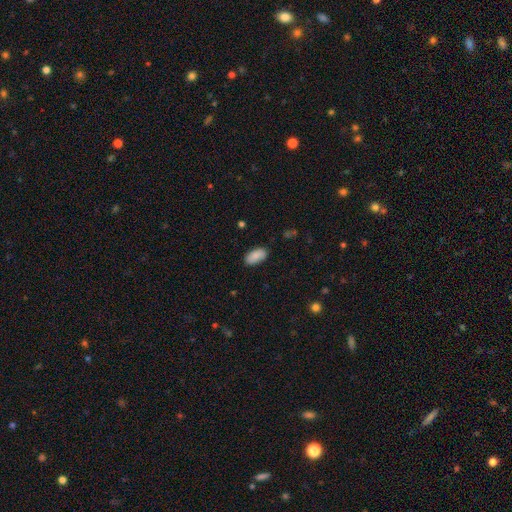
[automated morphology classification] Smooth or featured: smooth — 88% (star or artifact — 7%)
How rounded: in between — 94% (cigar-shaped — 3%)
Merging: none — 85% (minor disturbance — 11%)